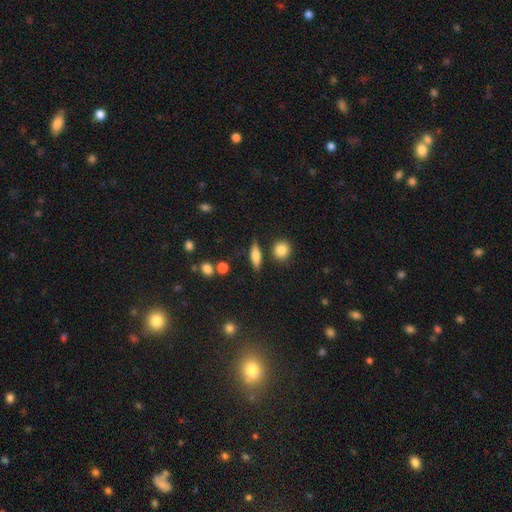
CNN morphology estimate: type=smooth (67%); roundness=cigar-shaped (50%); merging=none (80%).